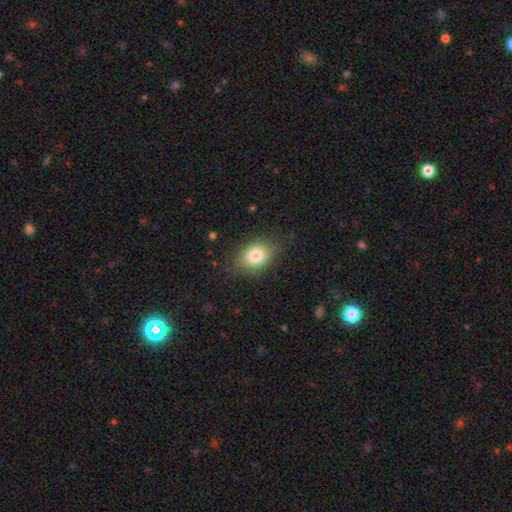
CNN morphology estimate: Smooth or featured? Predicted: smooth (p=0.80). How rounded? Predicted: in between (p=0.69). Merging? Predicted: none (p=0.81).